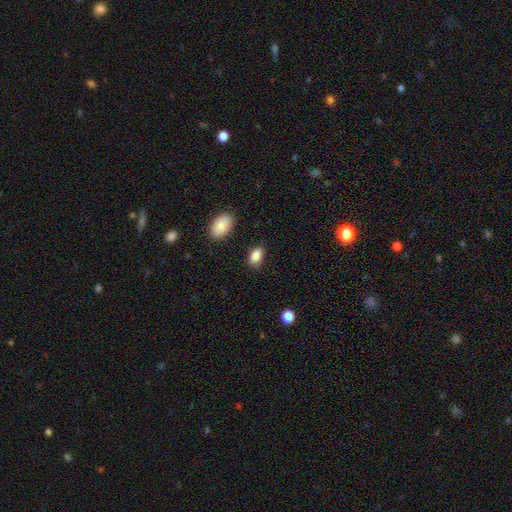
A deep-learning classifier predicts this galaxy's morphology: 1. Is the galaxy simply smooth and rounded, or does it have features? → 87% smooth, 8% star or artifact, 5% featured or disk.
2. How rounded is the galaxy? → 89% in between, 9% round, 2% cigar-shaped.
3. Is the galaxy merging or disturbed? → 79% none, 15% minor disturbance, 3% major disturbance, 2% merger.